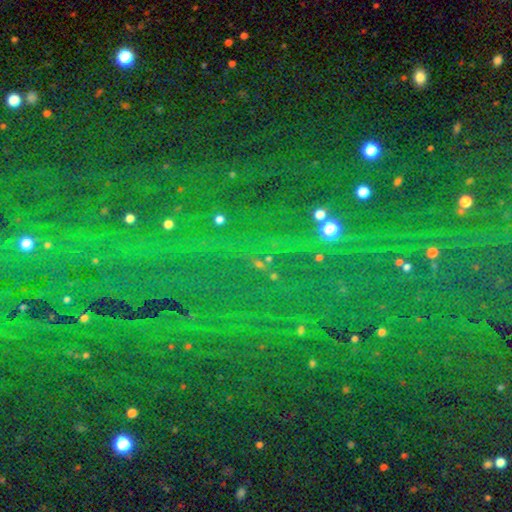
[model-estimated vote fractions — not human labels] The model was most divided on "smooth or featured": star or artifact: 87%, smooth: 7%, featured or disk: 6%.